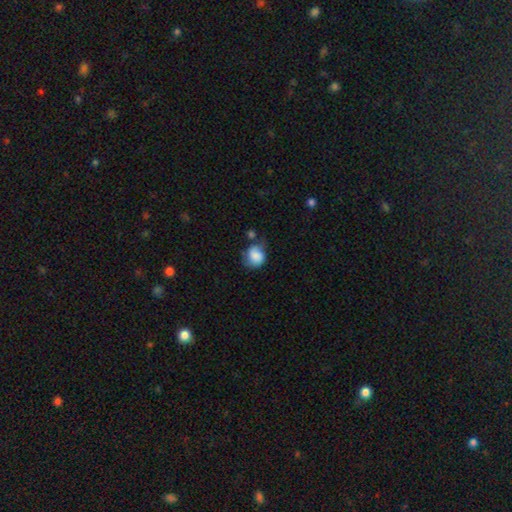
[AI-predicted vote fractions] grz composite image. It shows a smooth galaxy with no disk features (74%) that is round (71%). Merging: none (40%).